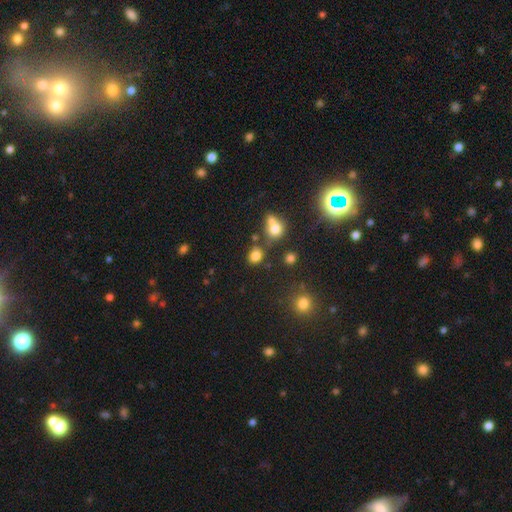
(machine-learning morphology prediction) Smooth or featured: smooth — 78% (star or artifact — 16%)
How rounded: round — 61% (in between — 37%)
Merging: none — 69% (merger — 14%)